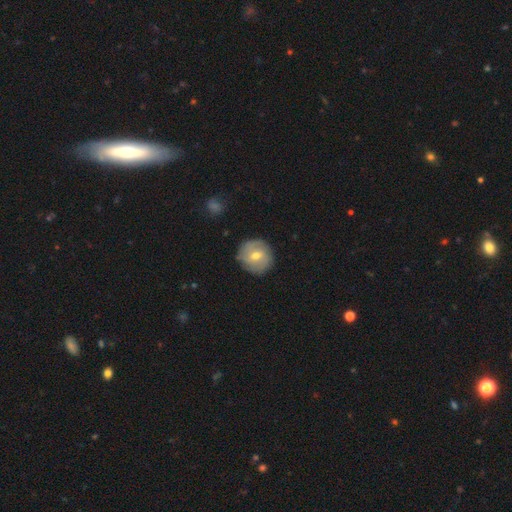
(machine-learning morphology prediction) type=featured or disk (49%); merging=none (83%).